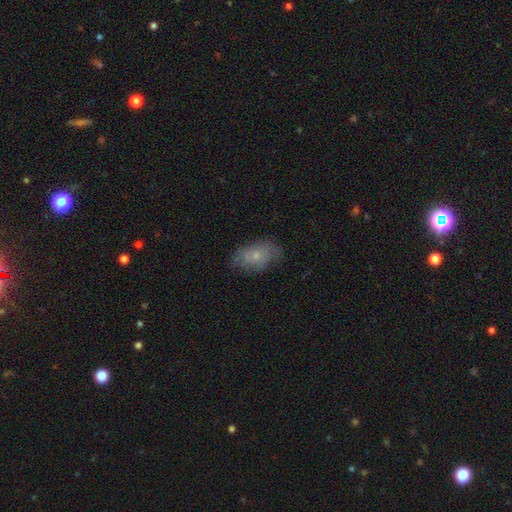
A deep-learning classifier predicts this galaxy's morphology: Q: Smooth or featured?
A: smooth (68%); runner-up: featured or disk (24%)
Q: How rounded?
A: in between (89%); runner-up: round (8%)
Q: Merging?
A: none (69%); runner-up: minor disturbance (23%)